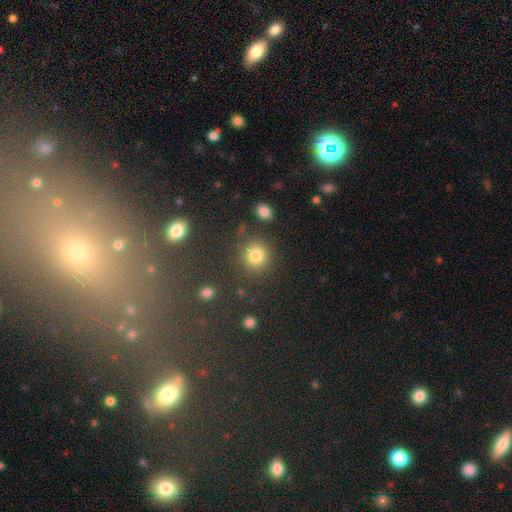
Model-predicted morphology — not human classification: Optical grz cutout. It shows a smooth galaxy with no disk features (81%) that is round (88%). Merging: none (82%).